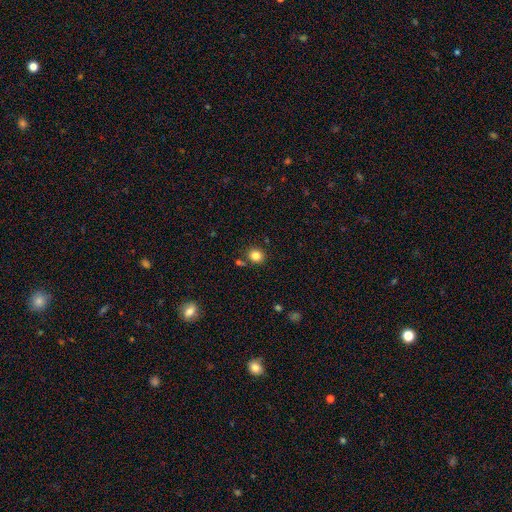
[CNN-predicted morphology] This is clearly a smooth galaxy (83%). How rounded: clearly round (80%). Merging: clearly none (80%).